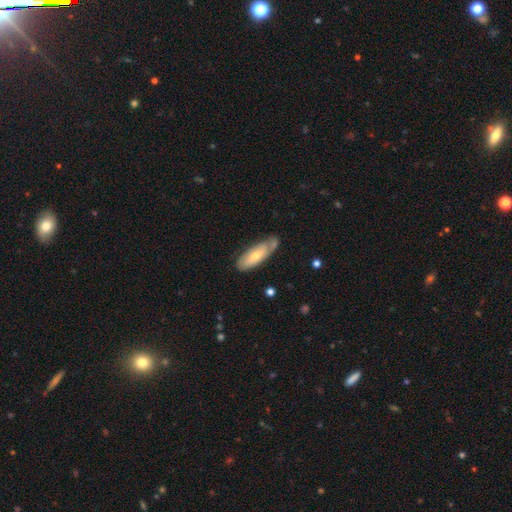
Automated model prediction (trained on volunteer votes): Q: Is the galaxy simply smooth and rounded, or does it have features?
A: smooth — 57%.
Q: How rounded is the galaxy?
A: in between — 64%.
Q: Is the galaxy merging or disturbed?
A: none — 60%.